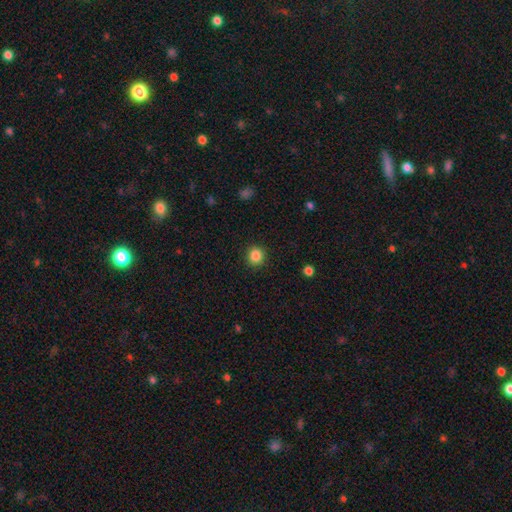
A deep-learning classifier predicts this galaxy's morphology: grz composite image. It shows a smooth galaxy with no disk features (86%) that is round (93%). Merging: none (92%).